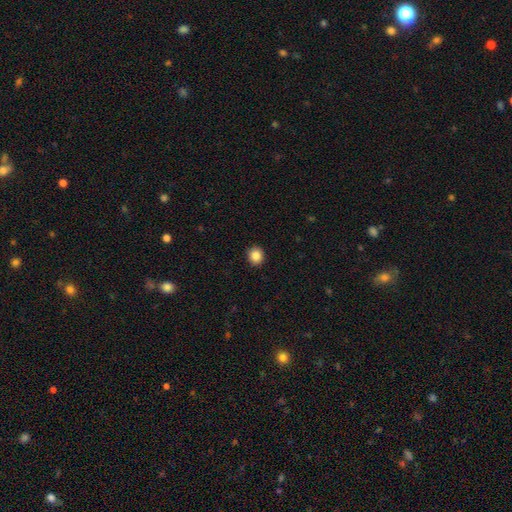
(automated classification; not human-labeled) Overall: smooth (86%). How rounded: round (83%). Merging: none (92%).